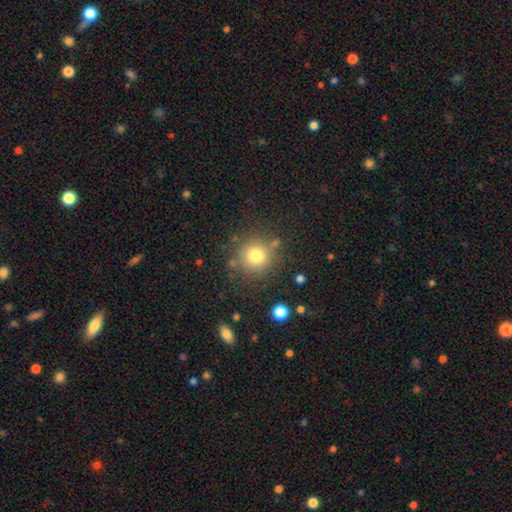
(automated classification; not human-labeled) This appears to be a smooth galaxy with no disk features (76%) that is round (94%). Merging: none (82%).